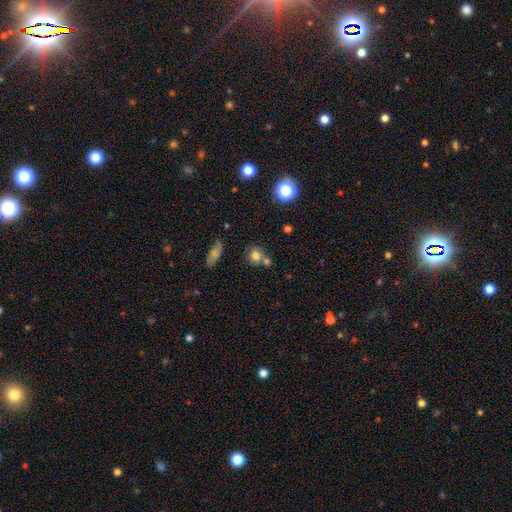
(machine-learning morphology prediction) This is likely a smooth galaxy (76%). How rounded: clearly round (81%). Merging: possibly none (54%).